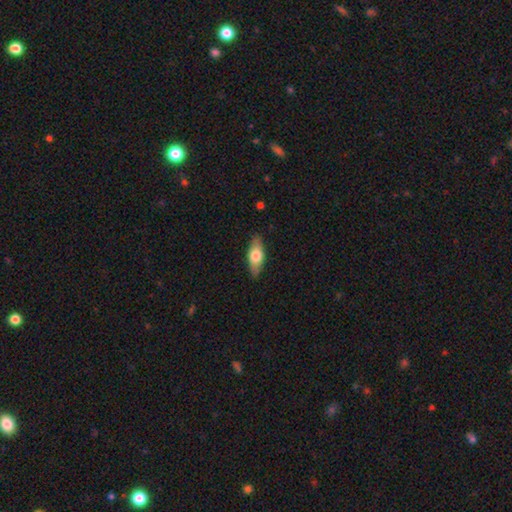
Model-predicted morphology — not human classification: Smooth or featured? smooth (64%)
How rounded? in between (75%)
Merging? none (85%)